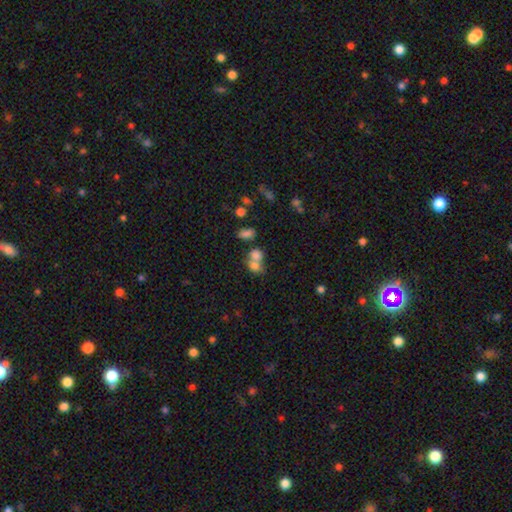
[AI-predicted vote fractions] Smooth or featured? smooth (76%)
How rounded? round (50%)
Merging? merger (59%)